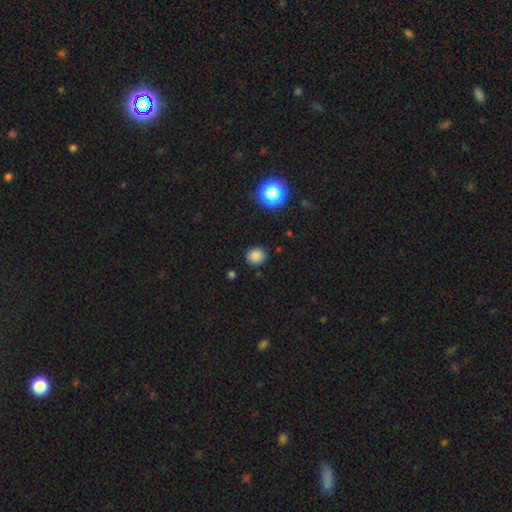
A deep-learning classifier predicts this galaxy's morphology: type=smooth (82%); roundness=round (82%); merging=none (88%).